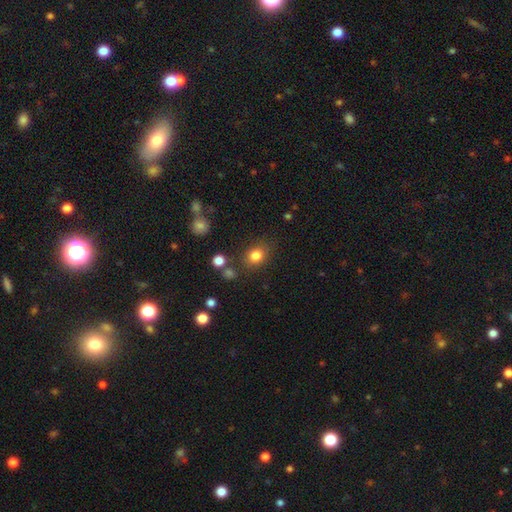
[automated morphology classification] The model was most divided on "how rounded": round: 53%, in between: 46%, cigar-shaped: 1%. More confident: smooth or featured — smooth (82%); merging — none (78%).